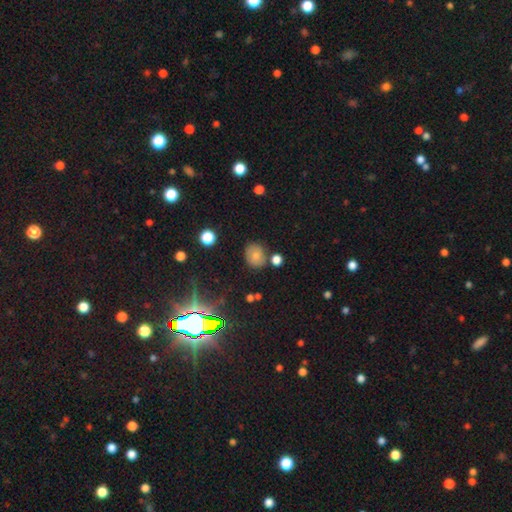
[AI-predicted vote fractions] Q: Smooth or featured?
A: smooth (76%); runner-up: star or artifact (14%)
Q: How rounded?
A: round (68%); runner-up: in between (31%)
Q: Merging?
A: none (77%); runner-up: minor disturbance (13%)